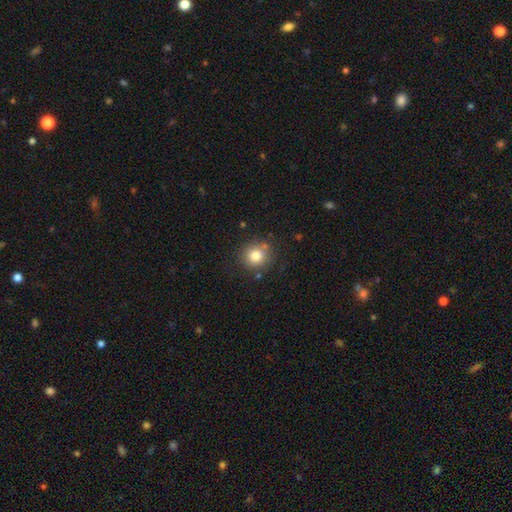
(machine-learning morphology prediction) Smooth or featured? smooth (80%)
How rounded? round (88%)
Merging? none (80%)